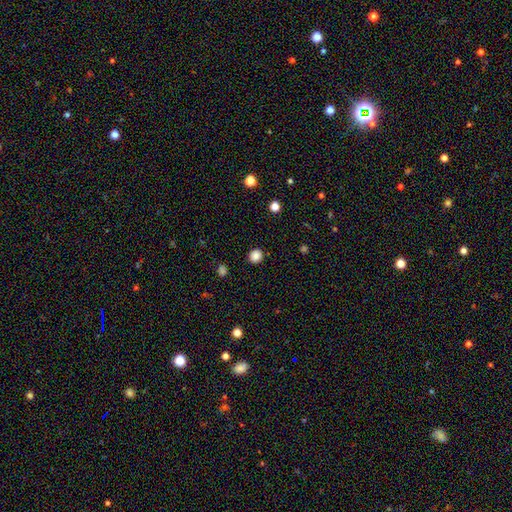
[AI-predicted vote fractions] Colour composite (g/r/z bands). It shows a smooth galaxy with no disk features (86%) that is round (86%). Merging: none (91%).